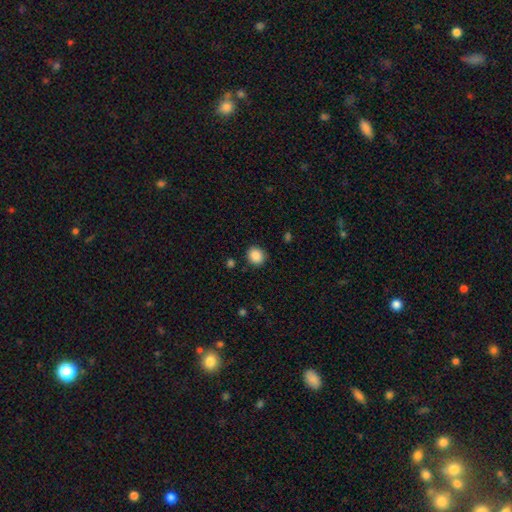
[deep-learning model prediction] A smooth galaxy with no disk features (88%) that is round (79%). Merging: none (86%).